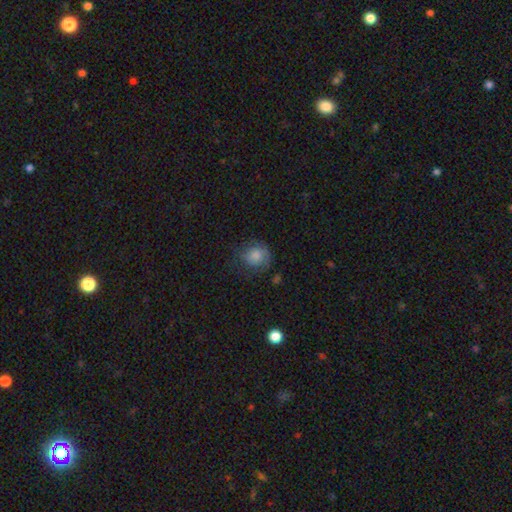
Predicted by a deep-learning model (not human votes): Smooth or featured?
  - smooth: 76% *
  - featured or disk: 15%
  - star or artifact: 9%
How rounded?
  - round: 81% *
  - in between: 18%
  - cigar-shaped: 1%
Merging?
  - none: 59% *
  - minor disturbance: 25%
  - major disturbance: 14%
  - merger: 2%